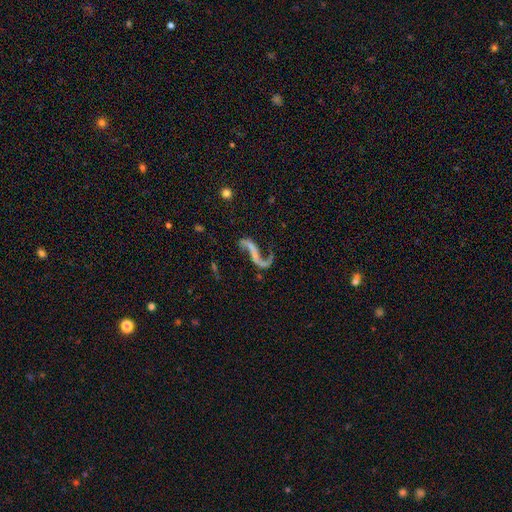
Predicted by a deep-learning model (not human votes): Smooth or featured: featured or disk — 82% (star or artifact — 9%)
Edge-on disk: no — 94% (yes — 6%)
Bar: no — 41% (strong — 33%)
Spiral arms: yes — 88% (no — 12%)
Spiral winding: loose — 92% (medium — 6%)
Spiral arm count: 2 — 82% (1 — 13%)
Bulge size: none — 65% (small — 25%)
Merging: none — 52% (major disturbance — 24%)